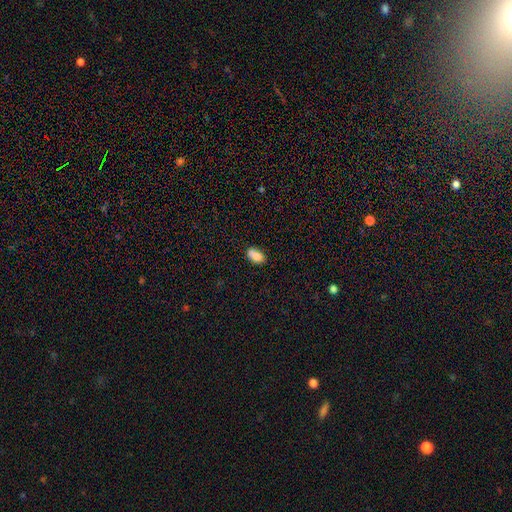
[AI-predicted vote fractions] Overall: smooth (78%). How rounded: in between (86%). Merging: none (48%; merger 28%).